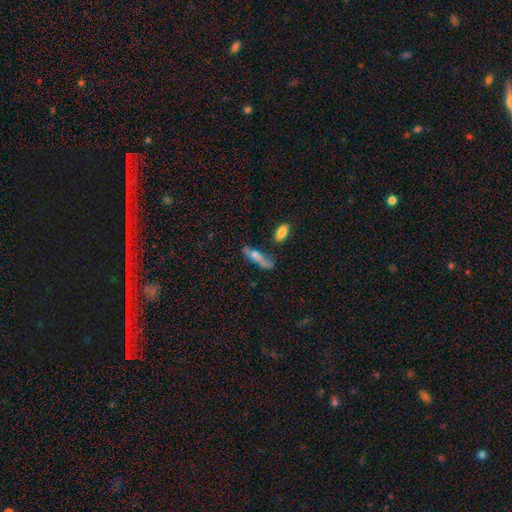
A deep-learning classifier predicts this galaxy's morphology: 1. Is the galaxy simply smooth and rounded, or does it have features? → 58% smooth, 33% featured or disk, 9% star or artifact.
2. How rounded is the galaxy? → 63% cigar-shaped, 34% in between, 3% round.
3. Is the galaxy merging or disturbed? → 45% none, 26% minor disturbance, 17% major disturbance, 13% merger.